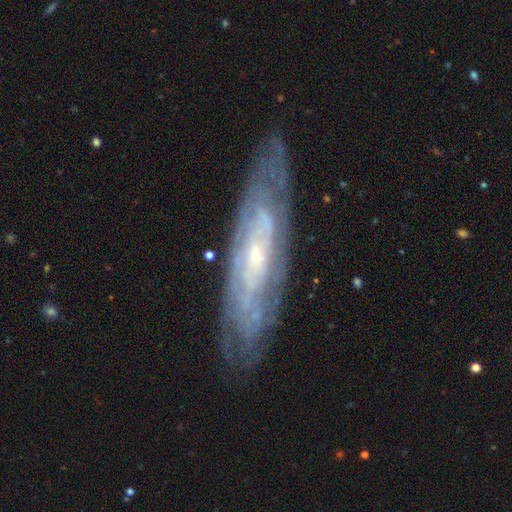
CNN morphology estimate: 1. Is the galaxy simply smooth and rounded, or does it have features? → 81% featured or disk, 13% smooth, 6% star or artifact.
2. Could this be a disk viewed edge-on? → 73% no, 27% yes.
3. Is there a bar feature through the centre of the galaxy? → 62% no, 28% weak, 10% strong.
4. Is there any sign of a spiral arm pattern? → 86% yes, 14% no.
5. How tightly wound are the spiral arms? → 73% tight, 22% medium, 6% loose.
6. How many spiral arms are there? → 64% can't tell, 13% 2, 7% 3, 6% 4, 6% more than 4, 4% 1.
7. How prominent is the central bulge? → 78% small, 17% moderate, 2% none, 1% large, 1% dominant.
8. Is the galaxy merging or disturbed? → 80% none, 15% minor disturbance, 4% major disturbance, 1% merger.